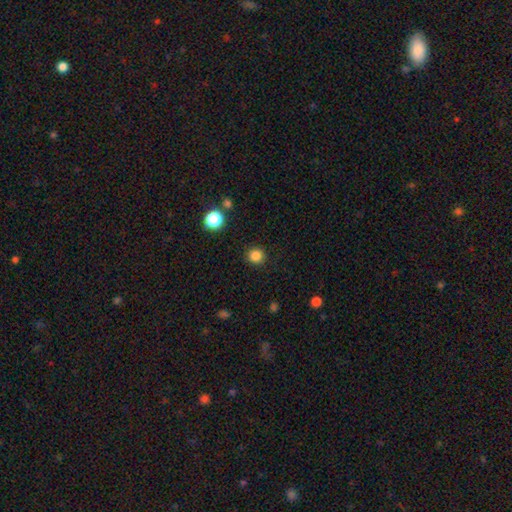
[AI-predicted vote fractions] Overall: smooth (84%). How rounded: round (94%). Merging: none (91%).